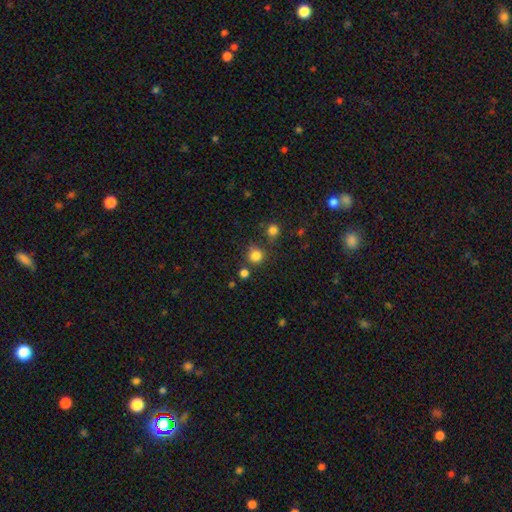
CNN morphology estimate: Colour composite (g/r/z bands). It shows a smooth galaxy with no disk features (81%) that is round (91%). Merging: none (76%).